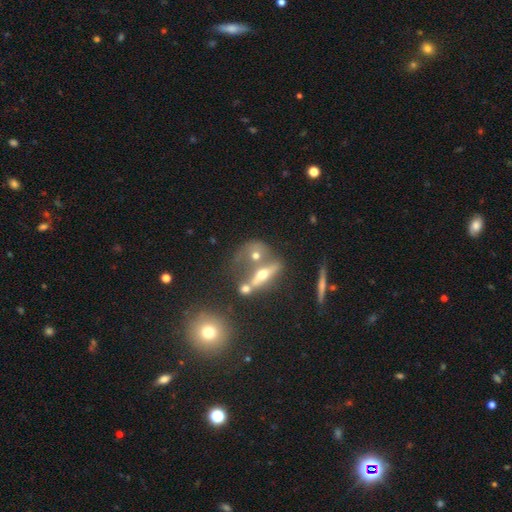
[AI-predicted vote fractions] This appears to be a featured or disk galaxy (45%). Merging: merger (48%).